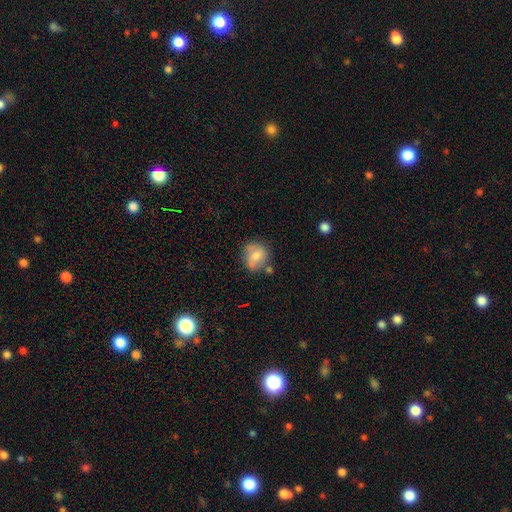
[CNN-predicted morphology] The model was most divided on "smooth or featured": smooth: 62%, featured or disk: 30%, star or artifact: 8%. More confident: how rounded — round (75%); merging — none (61%).